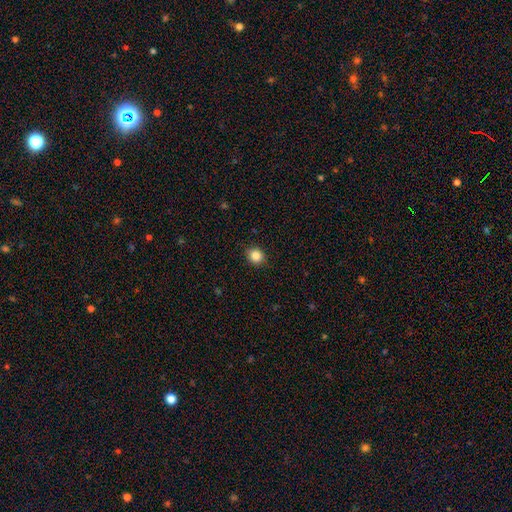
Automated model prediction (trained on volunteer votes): Q: Smooth or featured?
A: smooth (85%); runner-up: star or artifact (10%)
Q: How rounded?
A: round (77%); runner-up: in between (23%)
Q: Merging?
A: none (90%); runner-up: minor disturbance (7%)